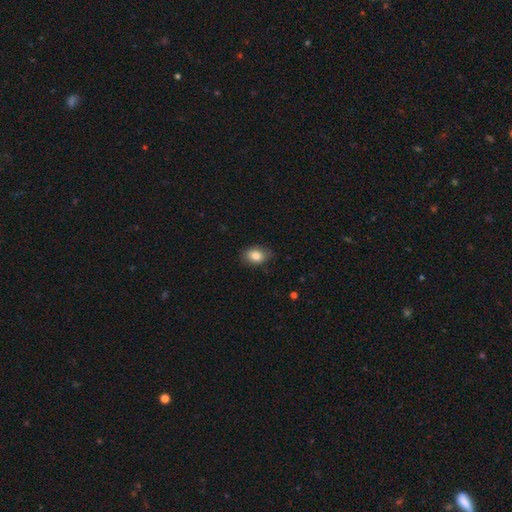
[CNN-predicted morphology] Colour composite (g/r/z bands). It shows a smooth galaxy with no disk features (84%) that is in between round and cigar-shaped (74%). Merging: none (78%).